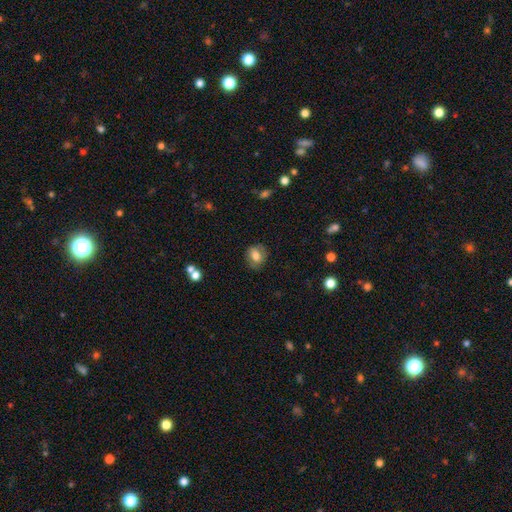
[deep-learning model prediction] This appears to be a smooth galaxy with no disk features (72%) that is round (59%). Merging: none (81%).